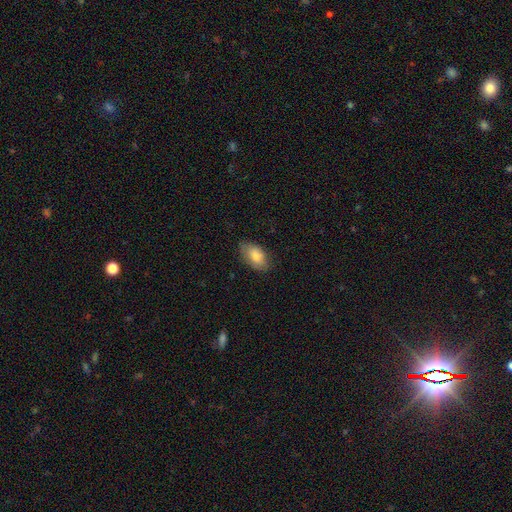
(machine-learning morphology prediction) type=smooth (79%); roundness=in between (93%); merging=none (77%).